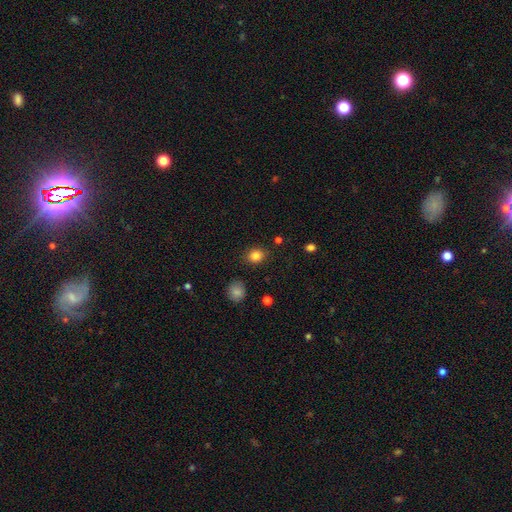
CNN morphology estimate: smooth_or_featured: smooth (p=0.83) [alt: star or artifact p=0.11]
how_rounded: round (p=0.64) [alt: in between p=0.34]
merging: none (p=0.85) [alt: minor disturbance p=0.10]